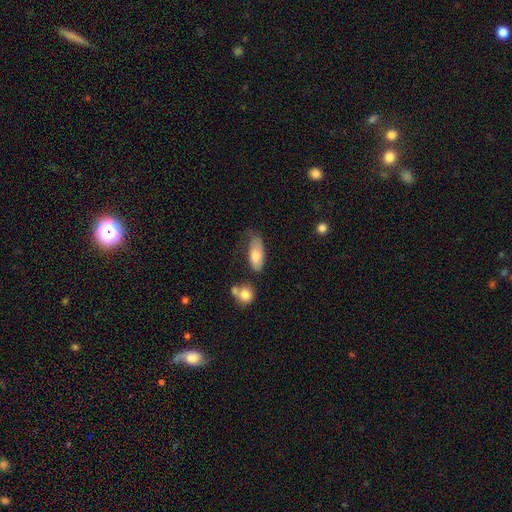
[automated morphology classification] The model was most divided on "merging": none: 43%, minor disturbance: 35%, major disturbance: 14%, merger: 8%. More confident: how rounded — in between (82%); smooth or featured — smooth (76%).